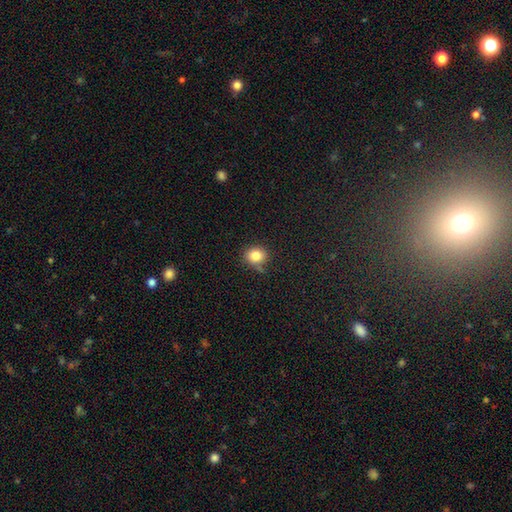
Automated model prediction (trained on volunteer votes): Smooth or featured? Predicted: smooth (p=0.82). How rounded? Predicted: round (p=0.77). Merging? Predicted: none (p=0.72).